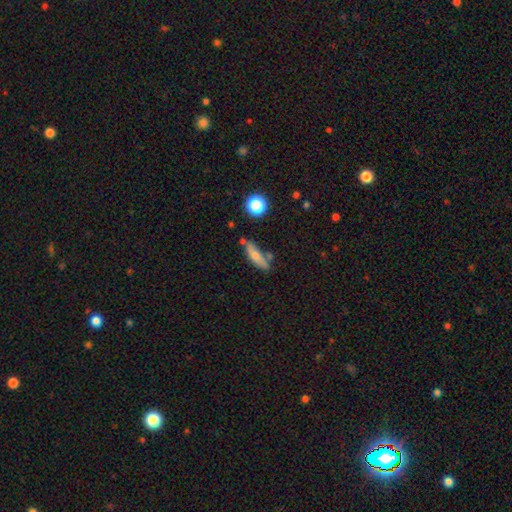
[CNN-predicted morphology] smooth-or-featured: smooth: 63% | featured or disk: 28% | star or artifact: 9%
  how-rounded: cigar-shaped: 55% | in between: 40% | round: 5%
  merging: none: 59% | minor disturbance: 21% | merger: 13% | major disturbance: 7%